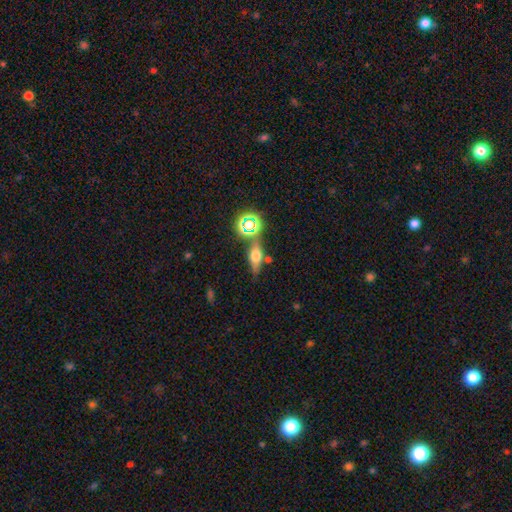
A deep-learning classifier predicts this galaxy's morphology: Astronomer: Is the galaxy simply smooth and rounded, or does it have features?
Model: smooth — 43% (runner-up: featured or disk, 37%).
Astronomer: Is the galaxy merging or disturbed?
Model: none — 69%.